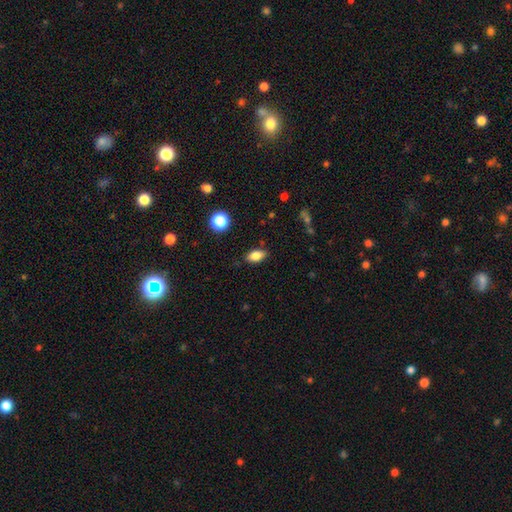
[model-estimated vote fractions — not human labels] Morphology: type=smooth (83%); roundness=in between (87%); merging=none (85%).